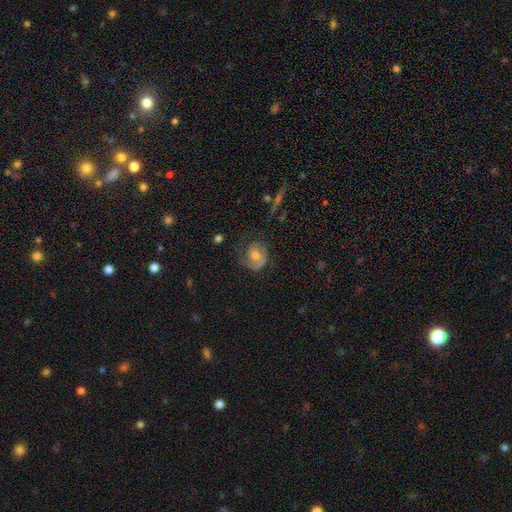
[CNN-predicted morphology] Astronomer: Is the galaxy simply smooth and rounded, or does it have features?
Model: featured or disk — 65%.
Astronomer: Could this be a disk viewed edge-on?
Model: no — 97%.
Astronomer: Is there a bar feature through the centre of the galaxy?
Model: no — 76%.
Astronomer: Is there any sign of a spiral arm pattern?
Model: yes — 87%.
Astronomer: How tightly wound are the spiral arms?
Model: tight — 47% (runner-up: medium, 32%).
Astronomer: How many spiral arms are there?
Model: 1 — 72%.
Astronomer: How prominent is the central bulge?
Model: moderate — 65%.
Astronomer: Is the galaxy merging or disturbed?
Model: none — 54%.